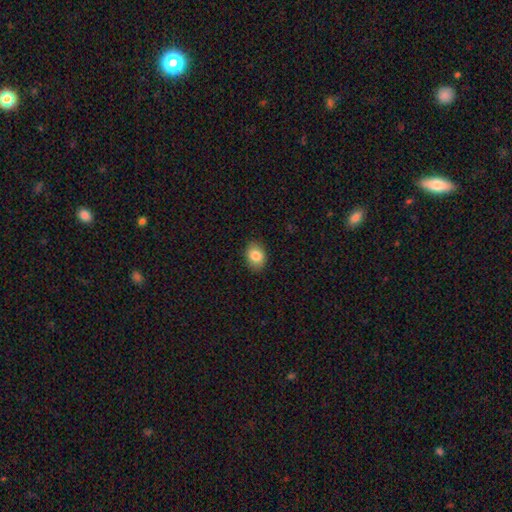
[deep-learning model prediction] Q: Smooth or featured?
A: smooth (85%); runner-up: star or artifact (8%)
Q: How rounded?
A: in between (70%); runner-up: round (29%)
Q: Merging?
A: none (88%); runner-up: minor disturbance (9%)